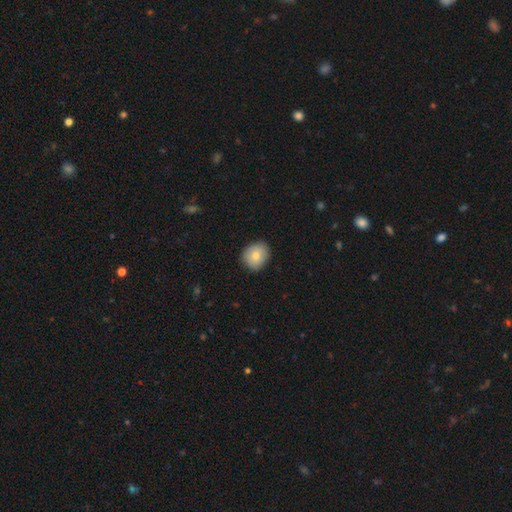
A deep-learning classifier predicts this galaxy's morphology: smooth-or-featured: smooth: 77% | featured or disk: 15% | star or artifact: 8%
  how-rounded: round: 70% | in between: 29% | cigar-shaped: 1%
  merging: none: 85% | minor disturbance: 12% | major disturbance: 2% | merger: 1%